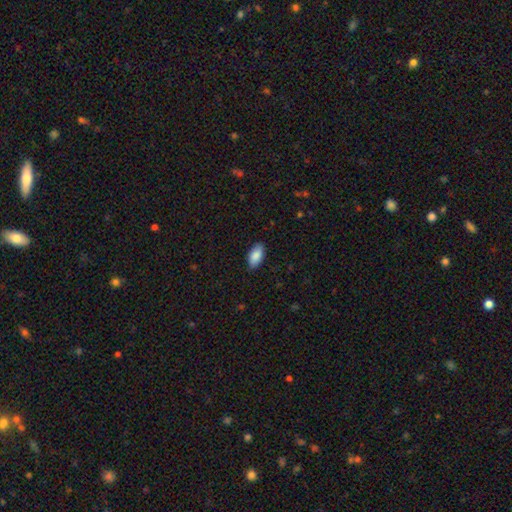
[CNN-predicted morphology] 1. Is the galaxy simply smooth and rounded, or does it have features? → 88% smooth, 6% star or artifact, 6% featured or disk.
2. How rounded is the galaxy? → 94% in between, 4% cigar-shaped, 2% round.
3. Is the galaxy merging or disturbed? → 87% none, 10% minor disturbance, 2% major disturbance, 1% merger.